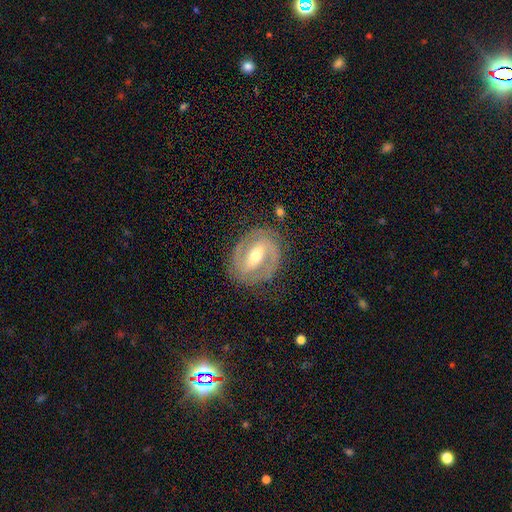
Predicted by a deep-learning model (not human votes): A featured or disk galaxy (85%) with a strong bar (56%), 2 (88%) tight (47%) spiral arms (90%) and a moderate central bulge (67%). Merging: none (81%).